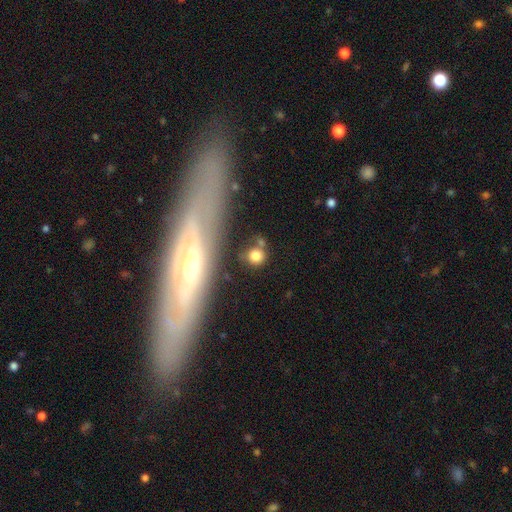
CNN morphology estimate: The model was most divided on "merging": none: 72%, minor disturbance: 12%, merger: 11%, major disturbance: 5%. More confident: how rounded — round (79%); smooth or featured — smooth (77%).